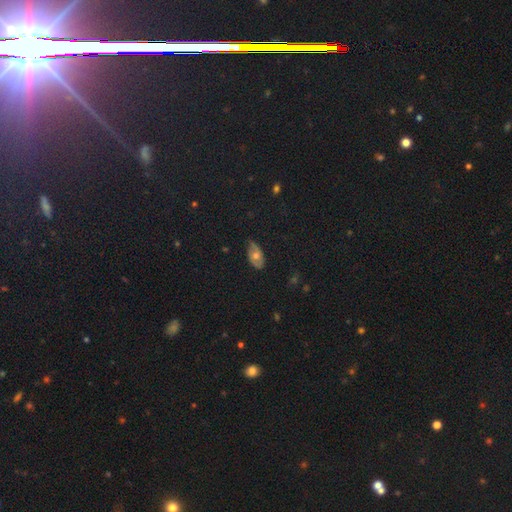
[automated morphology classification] Smooth or featured: smooth — 45% (featured or disk — 44%)
Merging: none — 68% (minor disturbance — 25%)